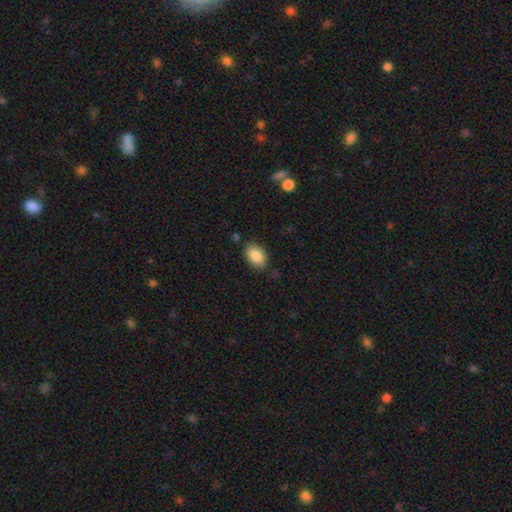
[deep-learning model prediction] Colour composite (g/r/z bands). It shows a smooth galaxy with no disk features (87%) that is in between round and cigar-shaped (88%). Merging: none (83%).